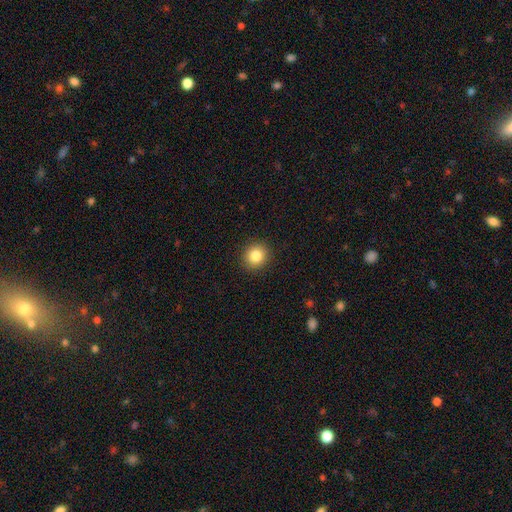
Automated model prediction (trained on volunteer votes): Smooth or featured: smooth — 84% (star or artifact — 10%)
How rounded: round — 88% (in between — 12%)
Merging: none — 91% (minor disturbance — 6%)